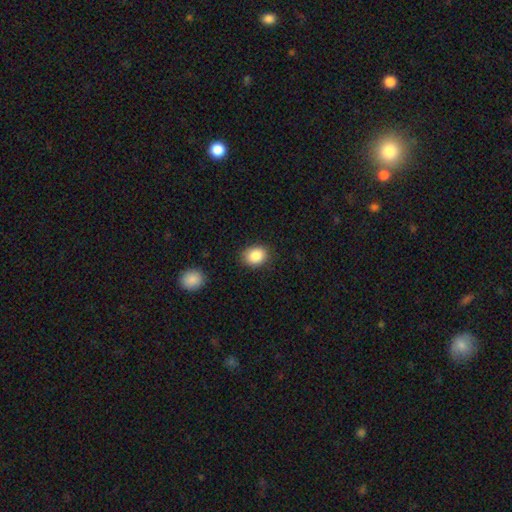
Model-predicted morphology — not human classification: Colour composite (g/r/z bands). It shows a smooth galaxy with no disk features (86%) that is in between round and cigar-shaped (51%). Merging: none (84%).